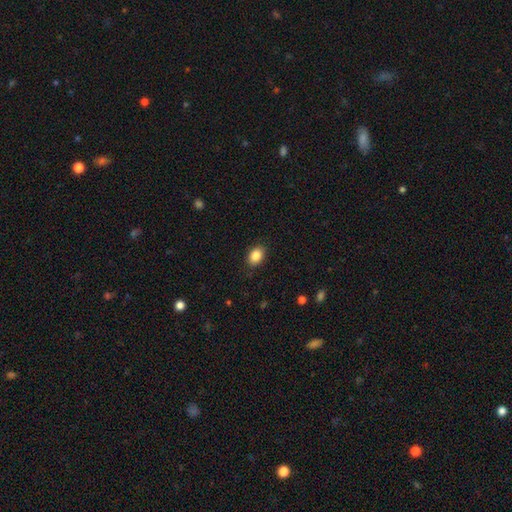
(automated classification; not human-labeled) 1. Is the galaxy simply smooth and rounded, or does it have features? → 86% smooth, 8% star or artifact, 5% featured or disk.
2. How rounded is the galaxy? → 74% in between, 25% round, 1% cigar-shaped.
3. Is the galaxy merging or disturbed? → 88% none, 9% minor disturbance, 2% major disturbance, 1% merger.